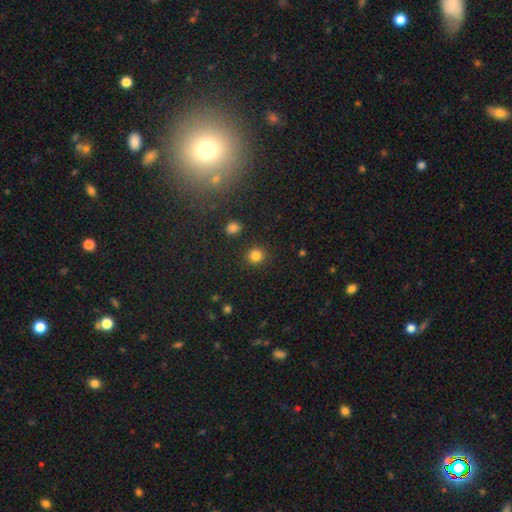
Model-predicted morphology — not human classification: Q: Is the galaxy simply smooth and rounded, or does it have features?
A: smooth — 83%.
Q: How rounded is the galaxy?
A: round — 89%.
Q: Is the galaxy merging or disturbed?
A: none — 89%.